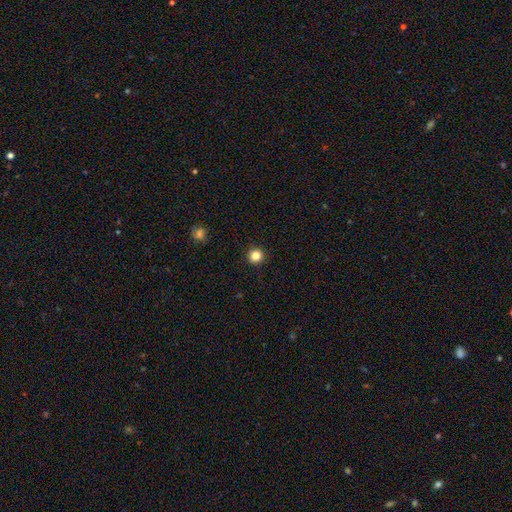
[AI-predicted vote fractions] Q: Smooth or featured?
A: smooth (84%); runner-up: star or artifact (12%)
Q: How rounded?
A: round (95%); runner-up: in between (4%)
Q: Merging?
A: none (93%); runner-up: minor disturbance (5%)